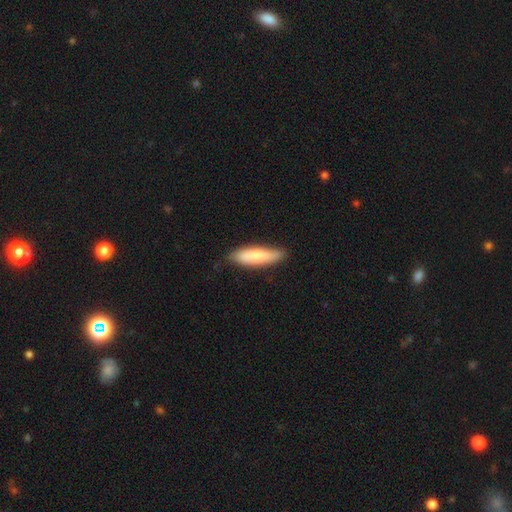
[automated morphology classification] smooth_or_featured: smooth (p=0.75) [alt: featured or disk p=0.19]
how_rounded: cigar-shaped (p=0.62) [alt: in between p=0.36]
merging: none (p=0.79) [alt: minor disturbance p=0.17]